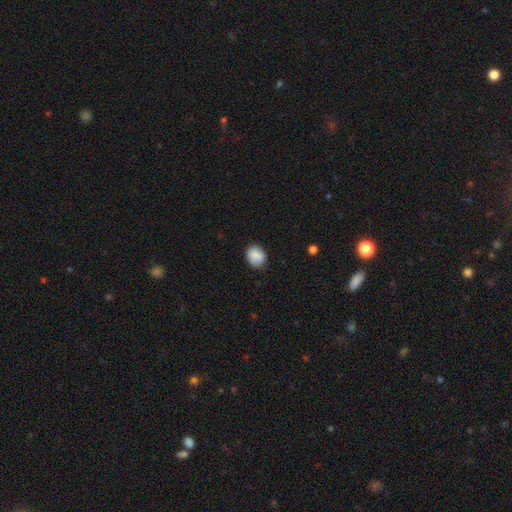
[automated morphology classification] smooth_or_featured: smooth (p=0.86) [alt: star or artifact p=0.08]
how_rounded: round (p=0.56) [alt: in between p=0.43]
merging: none (p=0.82) [alt: minor disturbance p=0.14]